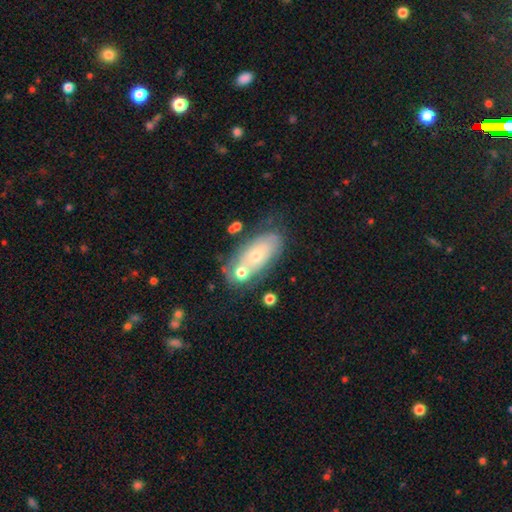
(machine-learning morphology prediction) Smooth or featured?
  - smooth: 46% *
  - featured or disk: 45%
  - star or artifact: 8%
Merging?
  - none: 51% *
  - minor disturbance: 21%
  - merger: 18%
  - major disturbance: 9%